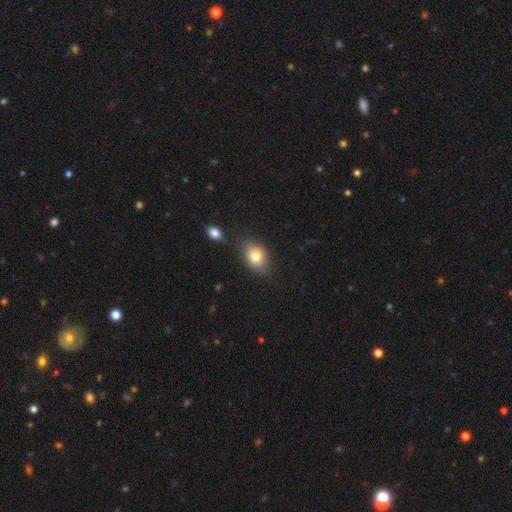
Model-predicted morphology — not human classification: smooth-or-featured: smooth: 79% | featured or disk: 12% | star or artifact: 9%
  how-rounded: in between: 72% | round: 27% | cigar-shaped: 1%
  merging: none: 71% | minor disturbance: 17% | merger: 7% | major disturbance: 4%